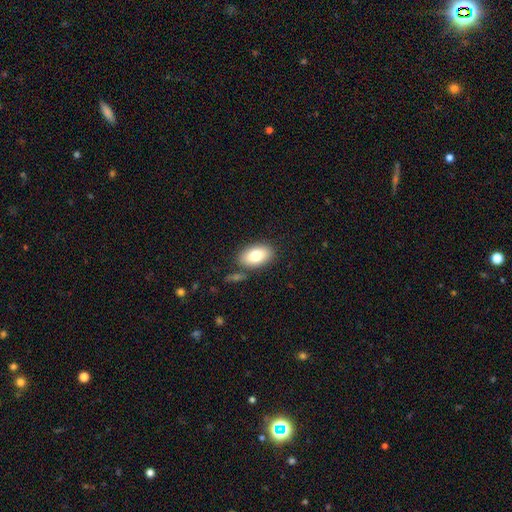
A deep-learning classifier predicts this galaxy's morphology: smooth_or_featured: smooth (p=0.79) [alt: featured or disk p=0.13]
how_rounded: in between (p=0.91) [alt: round p=0.07]
merging: none (p=0.80) [alt: minor disturbance p=0.11]